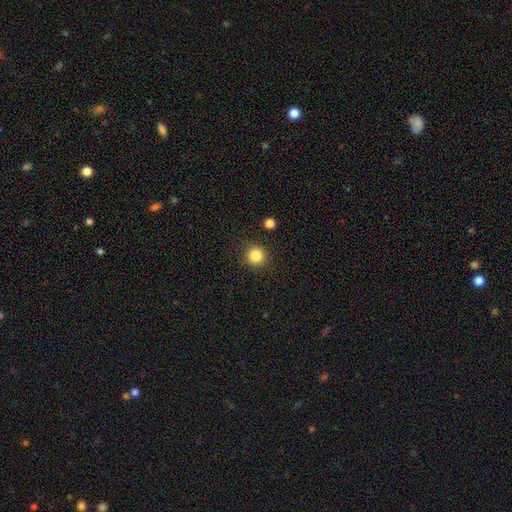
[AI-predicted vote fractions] smooth_or_featured: smooth (p=0.85) [alt: star or artifact p=0.11]
how_rounded: round (p=0.94) [alt: in between p=0.05]
merging: none (p=0.90) [alt: minor disturbance p=0.06]